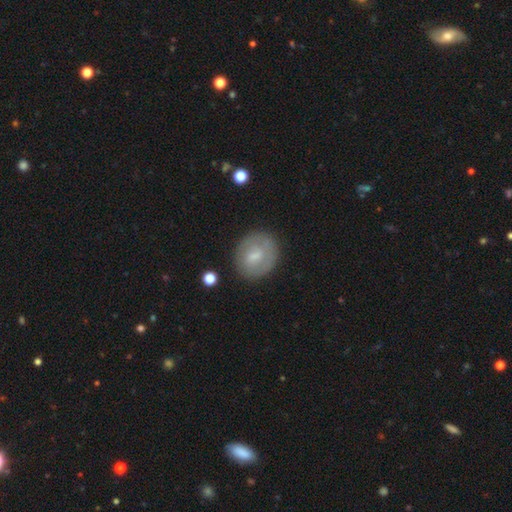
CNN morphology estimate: type=smooth (55%); roundness=round (67%); merging=none (80%).